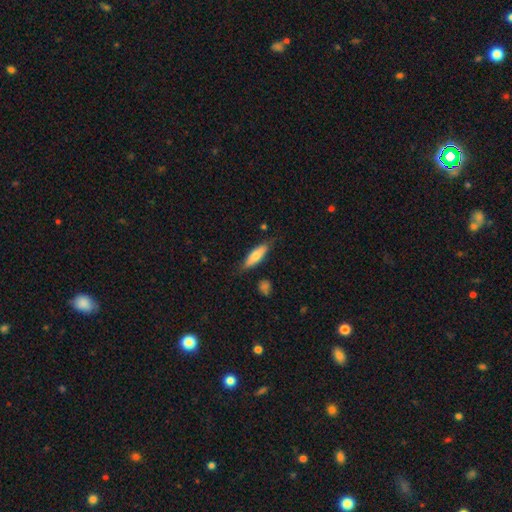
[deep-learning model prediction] This appears to be a smooth galaxy with no disk features (71%) that is cigar-shaped (55%). Merging: none (77%).